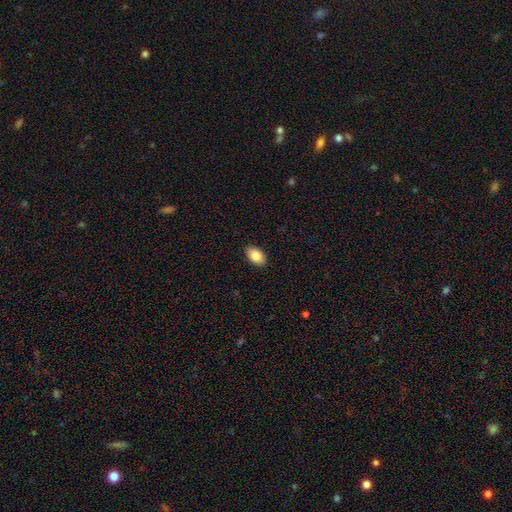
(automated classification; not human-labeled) This is clearly a smooth galaxy (84%). How rounded: clearly in between (90%). Merging: clearly none (90%).